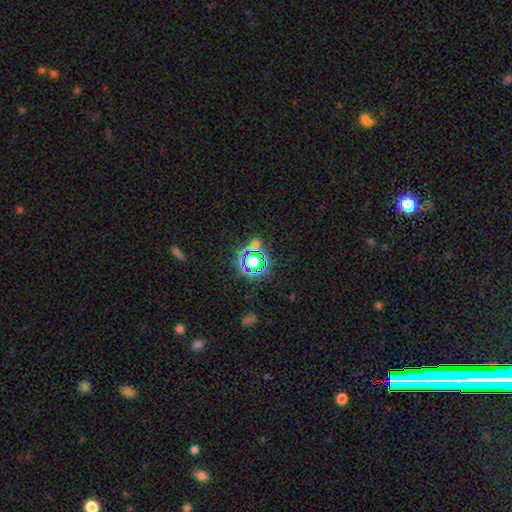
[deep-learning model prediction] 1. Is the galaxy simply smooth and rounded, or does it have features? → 67% star or artifact, 24% smooth, 9% featured or disk.